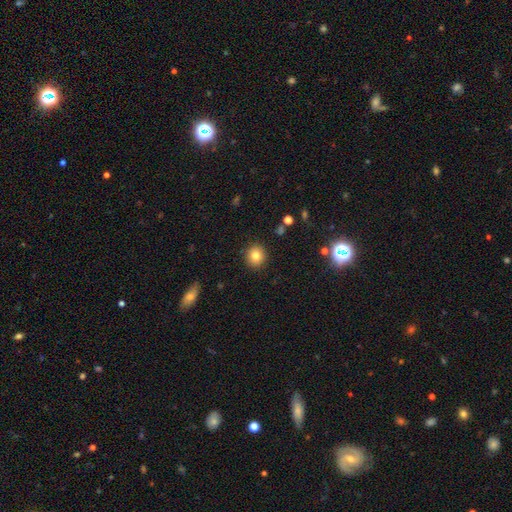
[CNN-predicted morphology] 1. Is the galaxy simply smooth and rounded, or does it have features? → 81% smooth, 11% star or artifact, 8% featured or disk.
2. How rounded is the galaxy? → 87% round, 12% in between, 1% cigar-shaped.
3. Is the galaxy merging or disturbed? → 90% none, 6% minor disturbance, 2% major disturbance, 1% merger.